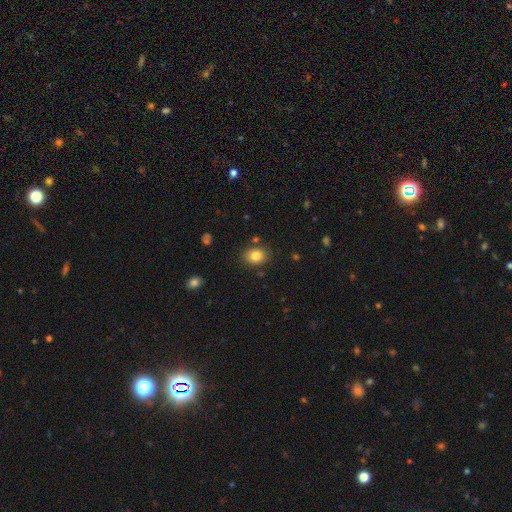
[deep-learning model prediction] Q: Smooth or featured?
A: smooth (83%); runner-up: star or artifact (10%)
Q: How rounded?
A: in between (56%); runner-up: round (43%)
Q: Merging?
A: none (84%); runner-up: minor disturbance (10%)